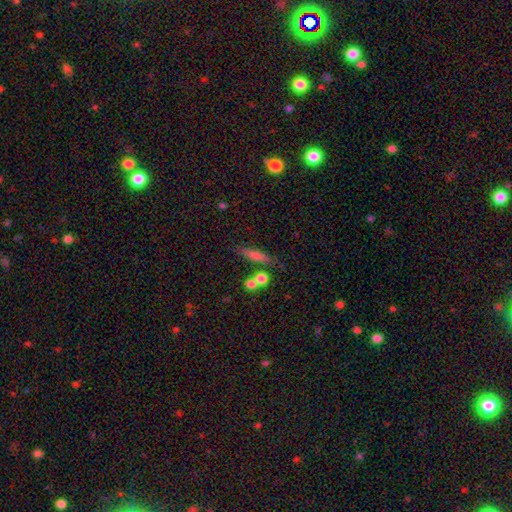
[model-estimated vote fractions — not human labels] This appears to be a smooth galaxy with no disk features (69%) that is cigar-shaped (74%). Merging: none (69%).